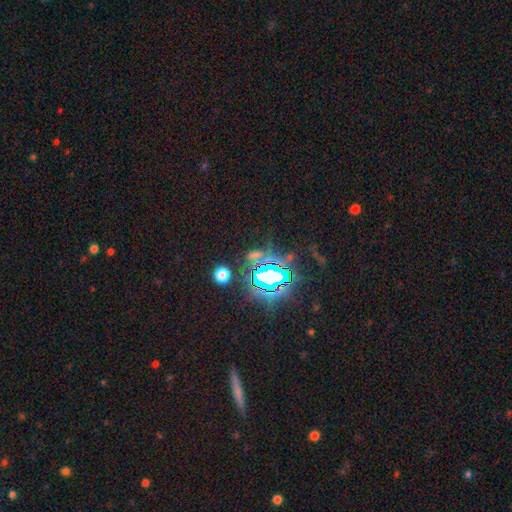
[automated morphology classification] A star or artifact, not a galaxy (65%).